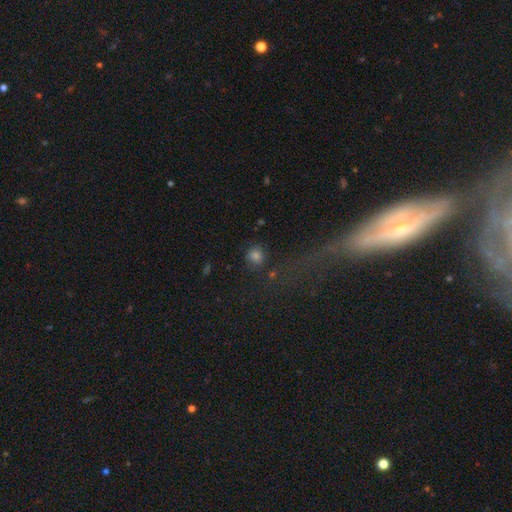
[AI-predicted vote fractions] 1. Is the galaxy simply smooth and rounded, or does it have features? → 71% smooth, 20% star or artifact, 9% featured or disk.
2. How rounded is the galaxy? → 84% round, 14% in between, 2% cigar-shaped.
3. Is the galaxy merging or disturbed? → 72% none, 11% minor disturbance, 8% major disturbance, 8% merger.